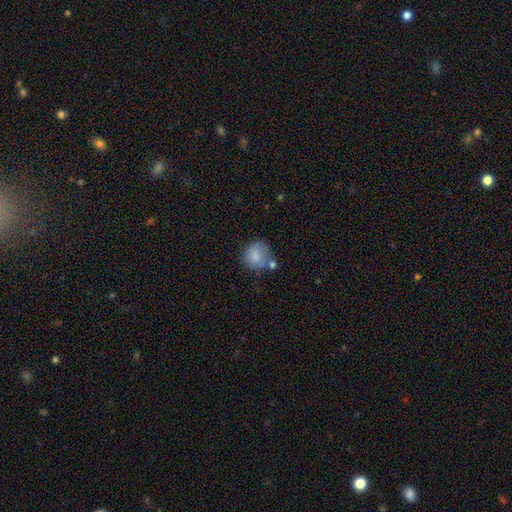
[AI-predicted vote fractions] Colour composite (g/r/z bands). It shows a smooth galaxy with no disk features (81%) that is round (82%). Merging: none (55%).